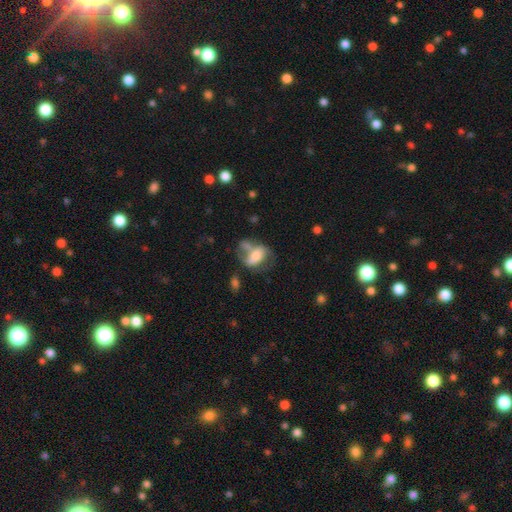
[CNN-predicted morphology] A smooth galaxy with no disk features (48%).

Vote fractions:
- Smooth or featured? smooth: 48% / featured or disk: 44% / star or artifact: 8%
- Merging? none: 30% / merger: 27% / major disturbance: 23% / minor disturbance: 20%